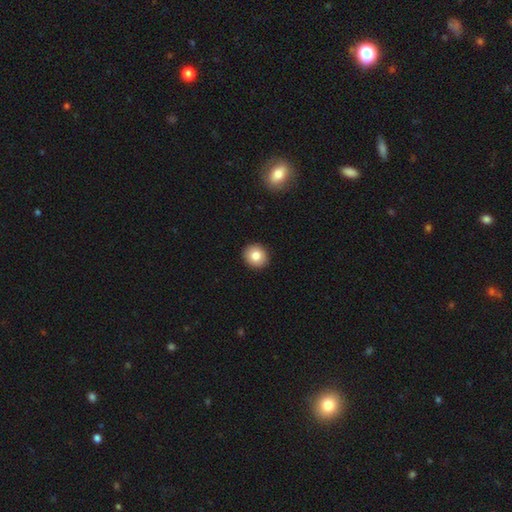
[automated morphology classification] The model was most divided on "smooth or featured": smooth: 82%, featured or disk: 9%, star or artifact: 9%. More confident: merging — none (93%); how rounded — round (86%).